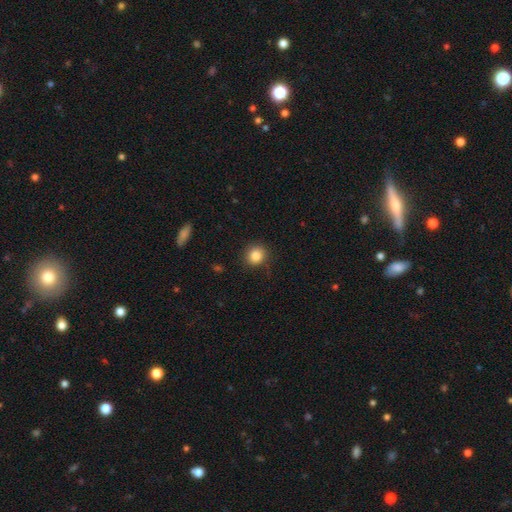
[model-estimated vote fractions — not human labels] The model was most divided on "smooth or featured": smooth: 84%, star or artifact: 10%, featured or disk: 5%. More confident: how rounded — round (87%); merging — none (86%).